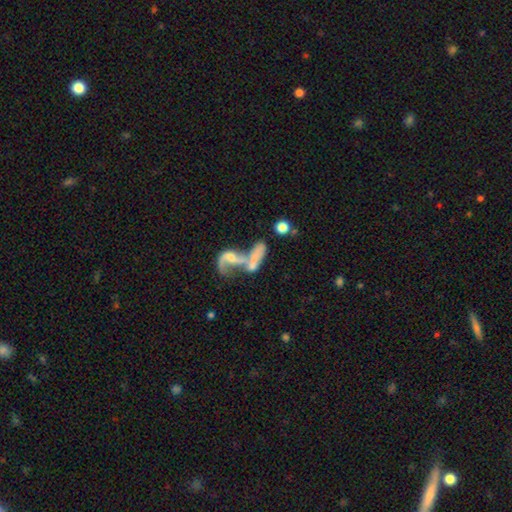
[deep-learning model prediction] A featured or disk galaxy (57%) with no bar (63%), spiral arms (53%) and no central bulge (37%). Merging: merger (61%).